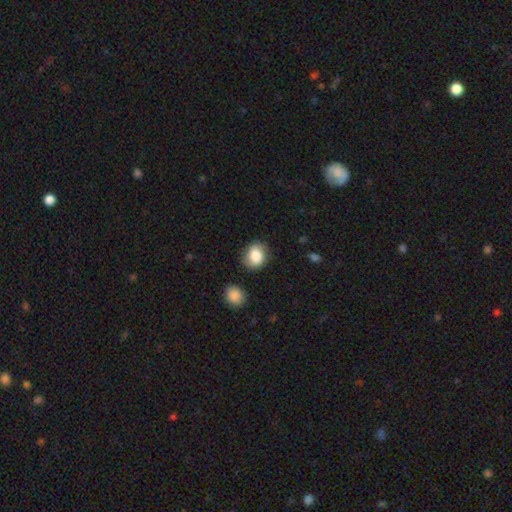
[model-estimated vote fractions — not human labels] A smooth galaxy with no disk features (82%) that is round (60%).

Vote fractions:
- Smooth or featured? smooth: 82% / featured or disk: 10% / star or artifact: 8%
- How rounded? round: 60% / in between: 39% / cigar-shaped: 1%
- Merging? none: 81% / minor disturbance: 13% / major disturbance: 3% / merger: 3%